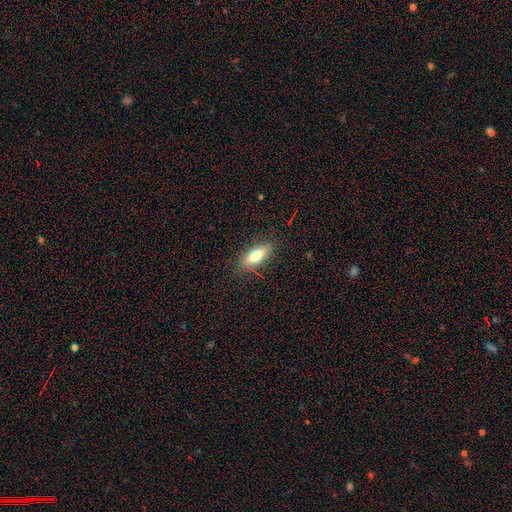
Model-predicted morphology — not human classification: The model was most divided on "how rounded": in between: 65%, cigar-shaped: 32%, round: 3%. More confident: merging — none (84%); smooth or featured — smooth (68%).